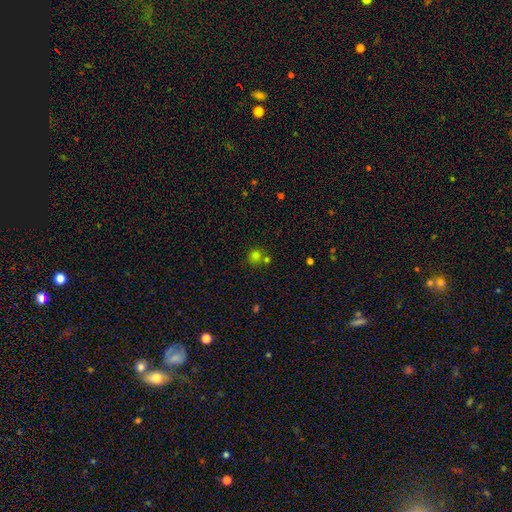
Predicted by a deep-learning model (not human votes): Smooth or featured?
  - smooth: 74% *
  - star or artifact: 19%
  - featured or disk: 7%
How rounded?
  - round: 88% *
  - in between: 11%
  - cigar-shaped: 1%
Merging?
  - none: 65% *
  - merger: 23%
  - minor disturbance: 9%
  - major disturbance: 3%